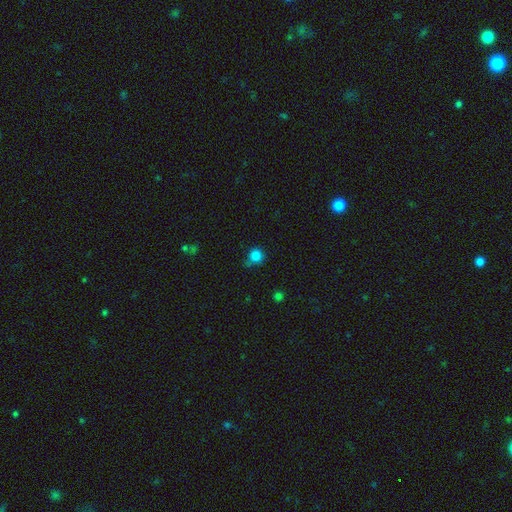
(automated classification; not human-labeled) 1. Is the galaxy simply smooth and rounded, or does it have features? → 83% smooth, 12% star or artifact, 5% featured or disk.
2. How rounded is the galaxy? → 91% round, 8% in between, 1% cigar-shaped.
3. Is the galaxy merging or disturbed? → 68% none, 21% minor disturbance, 6% merger, 5% major disturbance.